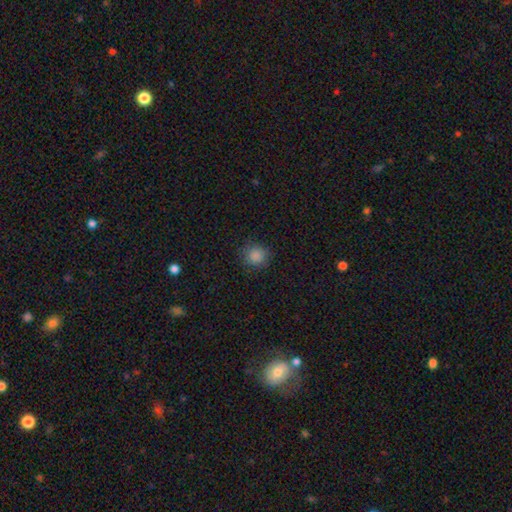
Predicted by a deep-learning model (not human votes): Morphology: type=smooth (86%); roundness=round (91%); merging=none (87%).